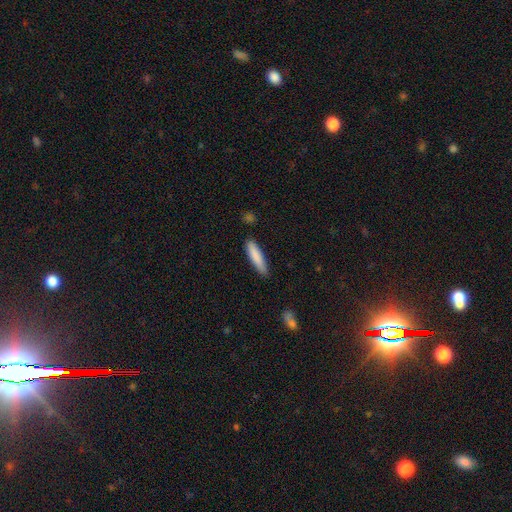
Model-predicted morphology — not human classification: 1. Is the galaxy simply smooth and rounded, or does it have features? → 85% smooth, 10% featured or disk, 6% star or artifact.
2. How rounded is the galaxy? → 79% cigar-shaped, 19% in between, 1% round.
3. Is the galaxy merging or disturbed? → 82% none, 14% minor disturbance, 2% major disturbance, 2% merger.